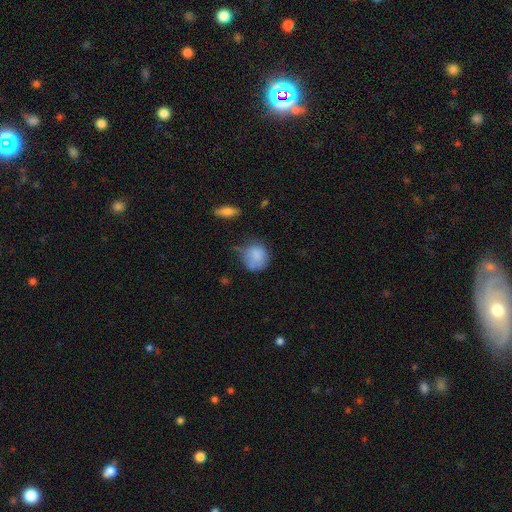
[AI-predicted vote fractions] Overall: smooth (79%). How rounded: round (78%). Merging: none (45%; minor disturbance 35%).